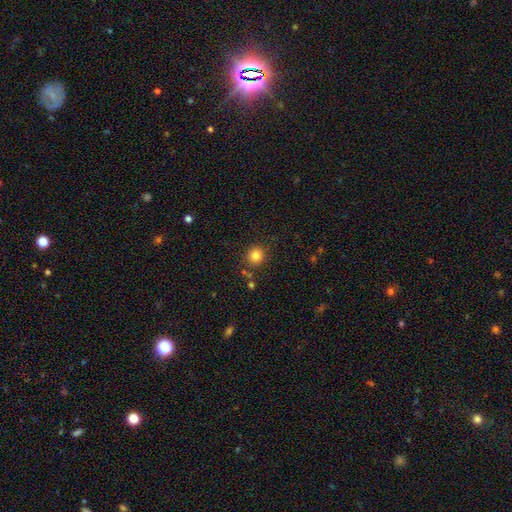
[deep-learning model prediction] smooth 81%, star or artifact 13%, featured or disk 6%. Down the decision tree: how rounded — round (91%); merging — none (84%).